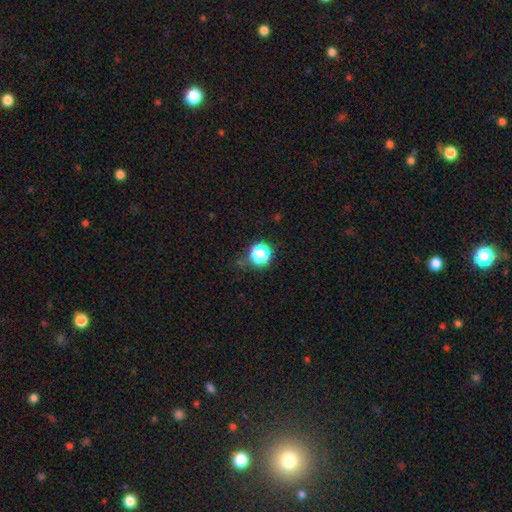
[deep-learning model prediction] A star or artifact, not a galaxy (62%).

Vote fractions:
- Smooth or featured? star or artifact: 62% / smooth: 29% / featured or disk: 9%